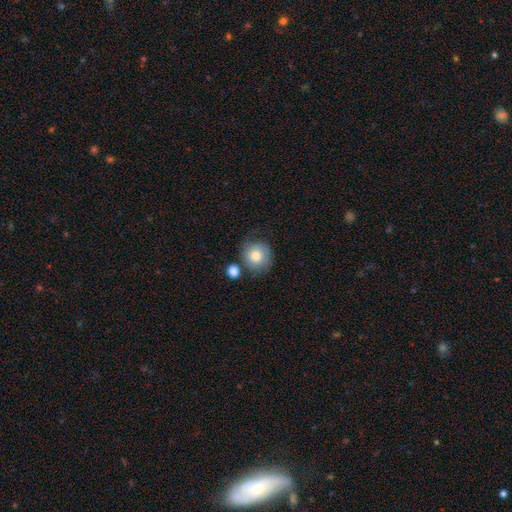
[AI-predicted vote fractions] Smooth or featured? Predicted: smooth (p=0.69). How rounded? Predicted: round (p=0.85). Merging? Predicted: none (p=0.58).